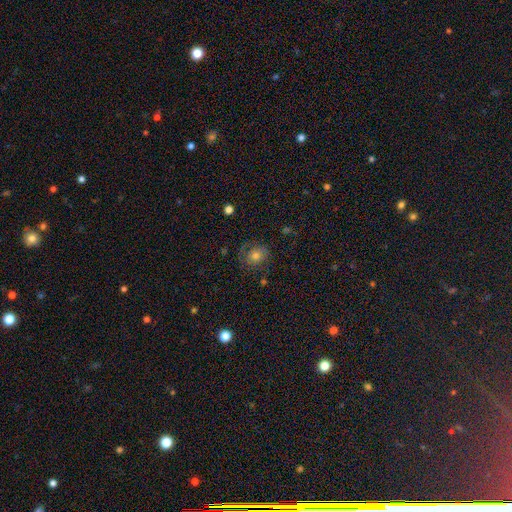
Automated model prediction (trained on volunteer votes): smooth_or_featured: smooth (p=0.69) [alt: featured or disk p=0.19]
how_rounded: round (p=0.74) [alt: in between p=0.25]
merging: none (p=0.71) [alt: minor disturbance p=0.18]